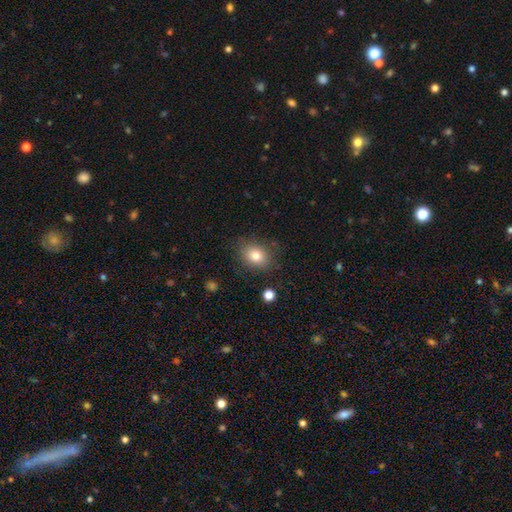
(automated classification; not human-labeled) A smooth galaxy with no disk features (80%) that is in between round and cigar-shaped (55%).

Vote fractions:
- Smooth or featured? smooth: 80% / star or artifact: 10% / featured or disk: 9%
- How rounded? in between: 55% / round: 44% / cigar-shaped: 1%
- Merging? none: 81% / minor disturbance: 13% / major disturbance: 4% / merger: 2%